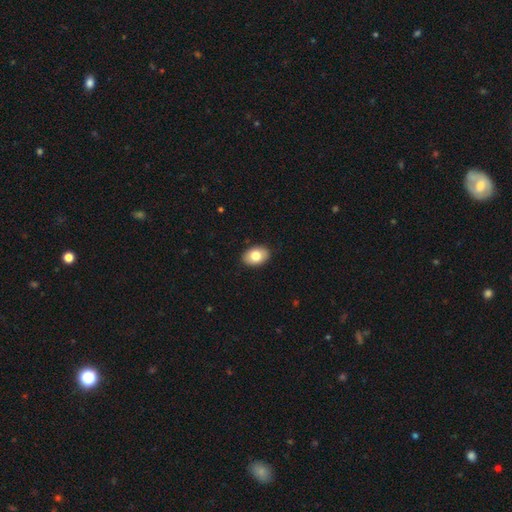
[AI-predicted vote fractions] Q: Smooth or featured?
A: smooth (80%); runner-up: featured or disk (13%)
Q: How rounded?
A: in between (86%); runner-up: round (13%)
Q: Merging?
A: none (90%); runner-up: minor disturbance (7%)